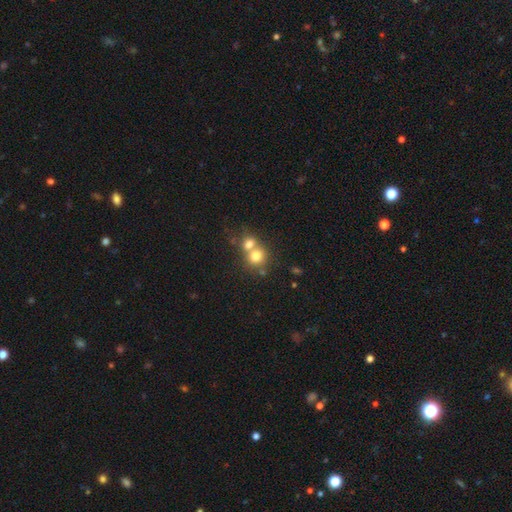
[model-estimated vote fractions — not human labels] smooth 74%, featured or disk 14%, star or artifact 12%. Down the decision tree: how rounded — round (80%); merging — merger (58%).